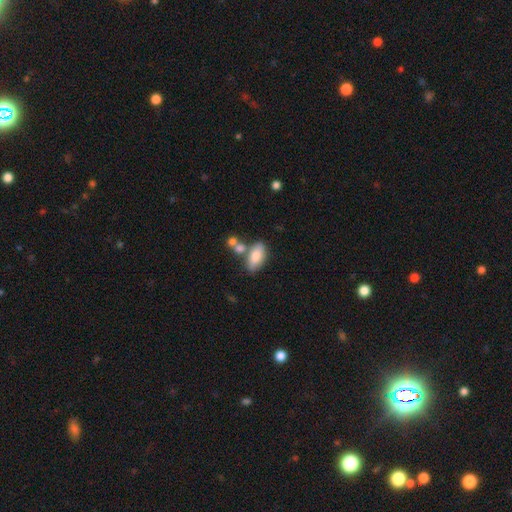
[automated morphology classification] smooth-or-featured: smooth: 78% | featured or disk: 15% | star or artifact: 7%
  how-rounded: in between: 90% | cigar-shaped: 6% | round: 4%
  merging: none: 53% | merger: 25% | minor disturbance: 16% | major disturbance: 6%